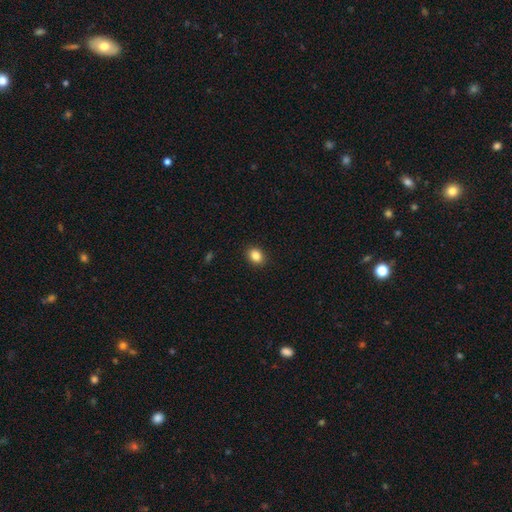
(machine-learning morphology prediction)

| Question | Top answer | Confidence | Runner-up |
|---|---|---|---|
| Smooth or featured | smooth | 86% | star or artifact (10%) |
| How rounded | in between | 54% | round (45%) |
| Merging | none | 91% | minor disturbance (6%) |